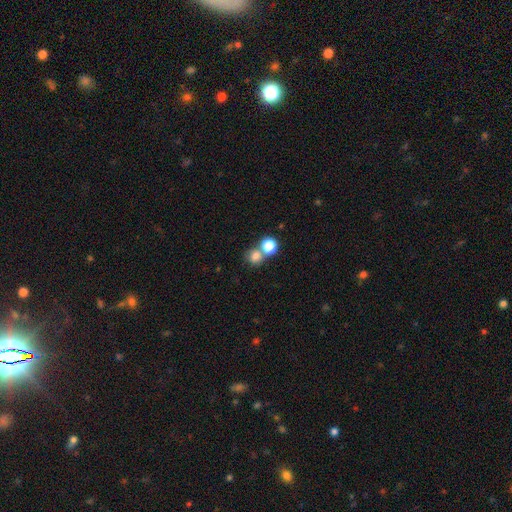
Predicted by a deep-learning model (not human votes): smooth 79%, star or artifact 12%, featured or disk 9%. Down the decision tree: how rounded — round (82%); merging — merger (45%, tied with none).